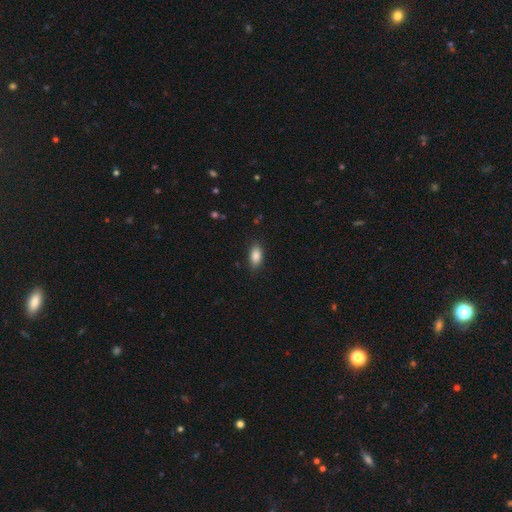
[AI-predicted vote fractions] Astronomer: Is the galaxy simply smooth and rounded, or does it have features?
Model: smooth — 87%.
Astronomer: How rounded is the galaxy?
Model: in between — 90%.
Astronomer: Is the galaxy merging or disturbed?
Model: none — 86%.